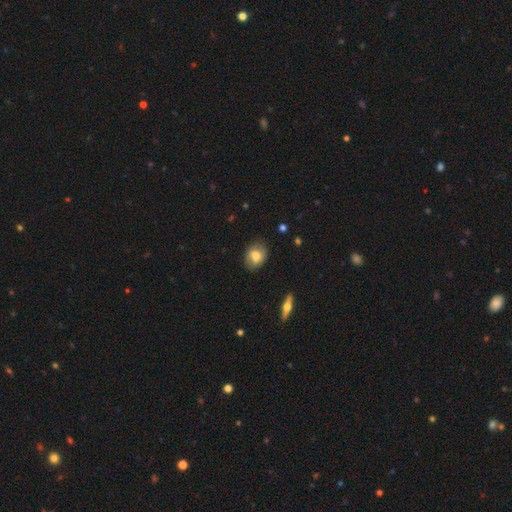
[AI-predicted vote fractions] This appears to be a smooth galaxy with no disk features (69%) that is in between round and cigar-shaped (60%). Merging: none (81%).